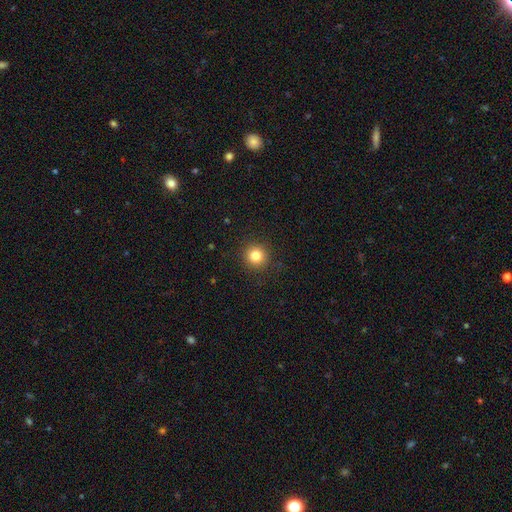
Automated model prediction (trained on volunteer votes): Smooth or featured?
  - smooth: 82% *
  - star or artifact: 12%
  - featured or disk: 6%
How rounded?
  - round: 95% *
  - in between: 5%
  - cigar-shaped: 1%
Merging?
  - none: 92% *
  - minor disturbance: 5%
  - major disturbance: 2%
  - merger: 1%